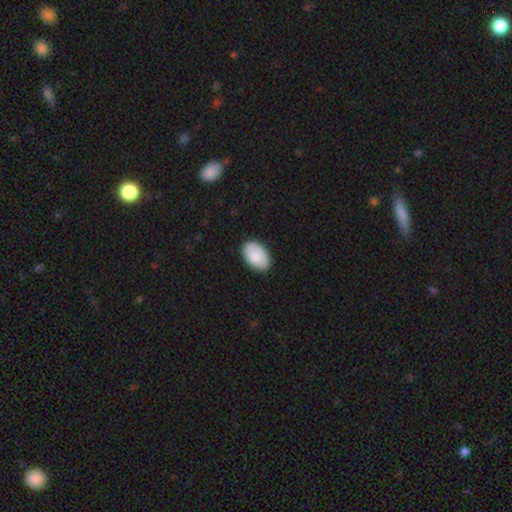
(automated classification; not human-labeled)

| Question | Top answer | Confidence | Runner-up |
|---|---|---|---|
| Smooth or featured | smooth | 87% | featured or disk (7%) |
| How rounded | in between | 93% | round (6%) |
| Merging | none | 85% | minor disturbance (11%) |